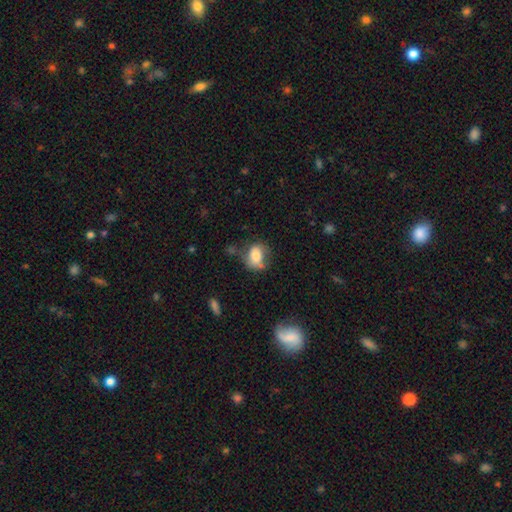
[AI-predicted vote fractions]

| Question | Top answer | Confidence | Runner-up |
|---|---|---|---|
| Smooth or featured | smooth | 73% | featured or disk (18%) |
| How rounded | in between | 61% | round (37%) |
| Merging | none | 50% | minor disturbance (27%) |